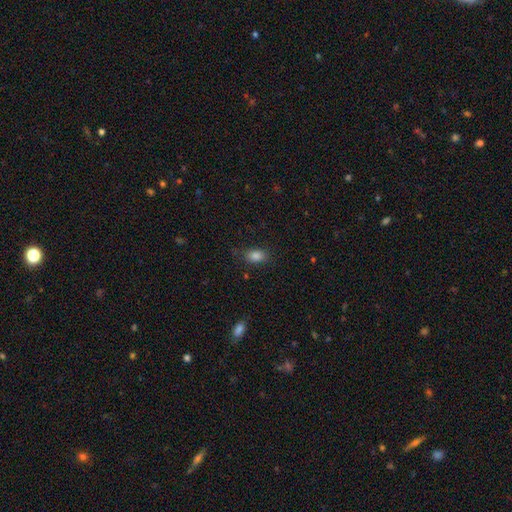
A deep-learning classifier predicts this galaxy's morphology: type=smooth (85%); roundness=in between (85%); merging=none (82%).